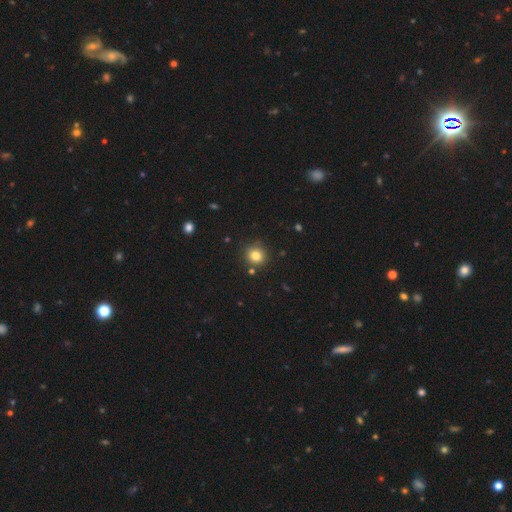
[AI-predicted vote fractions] A smooth galaxy with no disk features (81%) that is round (90%).

Vote fractions:
- Smooth or featured? smooth: 81% / star or artifact: 12% / featured or disk: 6%
- How rounded? round: 90% / in between: 9% / cigar-shaped: 1%
- Merging? none: 85% / minor disturbance: 9% / merger: 4% / major disturbance: 2%